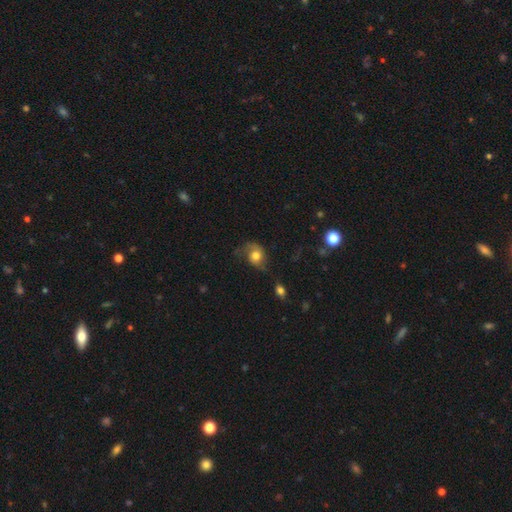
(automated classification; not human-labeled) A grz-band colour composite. It shows a smooth galaxy with no disk features (54%) that is round (54%). Merging: none (44%).